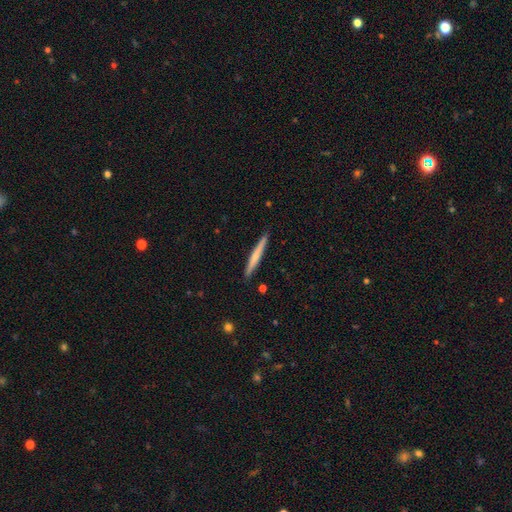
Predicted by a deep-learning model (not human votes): smooth_or_featured: smooth (p=0.61) [alt: featured or disk p=0.34]
how_rounded: cigar-shaped (p=0.96) [alt: in between p=0.02]
merging: none (p=0.91) [alt: minor disturbance p=0.07]